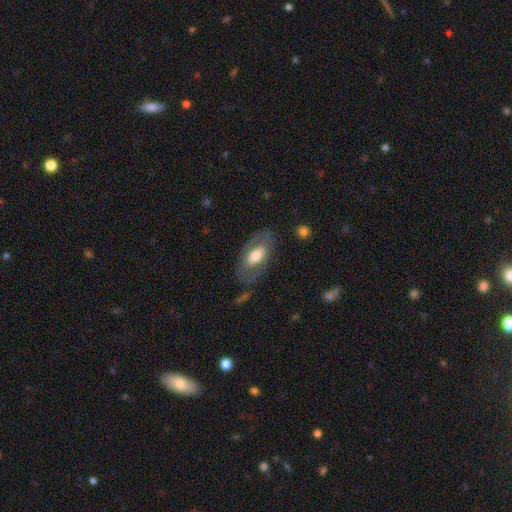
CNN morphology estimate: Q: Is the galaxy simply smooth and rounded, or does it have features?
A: smooth — 49%.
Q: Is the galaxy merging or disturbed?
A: none — 71%.